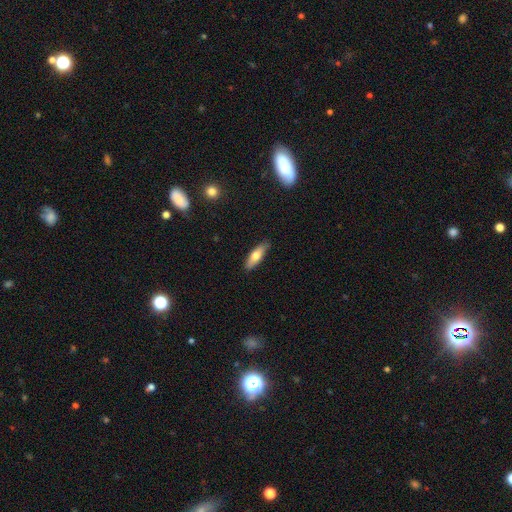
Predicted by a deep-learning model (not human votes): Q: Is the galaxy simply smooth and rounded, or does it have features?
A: smooth — 66%.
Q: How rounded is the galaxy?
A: in between — 52%.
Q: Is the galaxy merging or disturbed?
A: none — 84%.